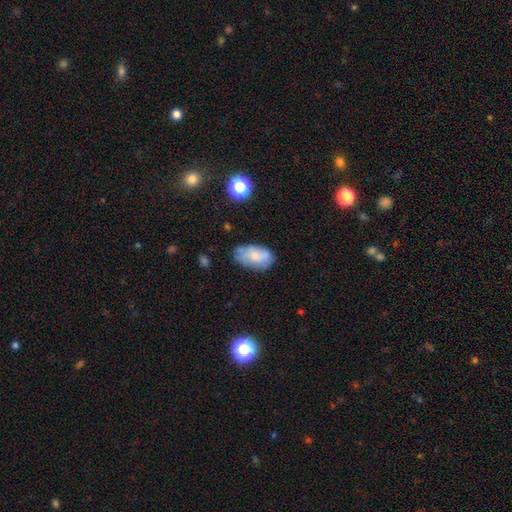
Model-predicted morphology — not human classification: Smooth or featured: smooth — 73% (featured or disk — 19%)
How rounded: in between — 93% (round — 5%)
Merging: none — 63% (minor disturbance — 27%)